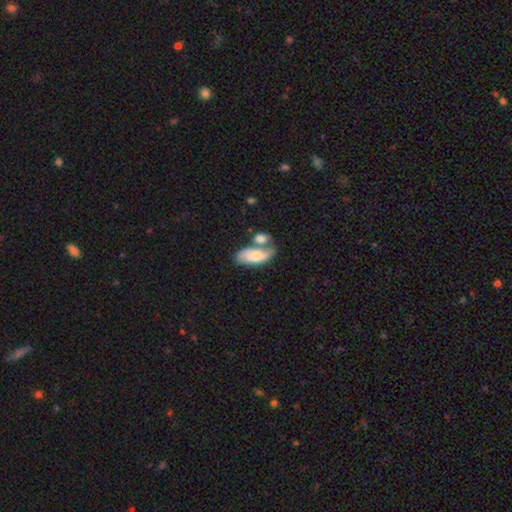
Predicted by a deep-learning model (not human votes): Smooth or featured? smooth (55%)
How rounded? in between (86%)
Merging? merger (47%)